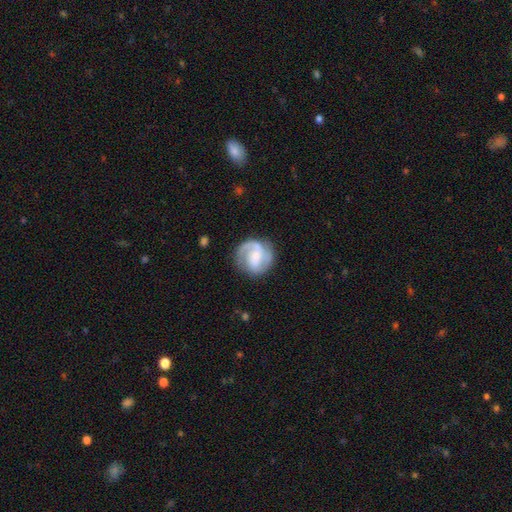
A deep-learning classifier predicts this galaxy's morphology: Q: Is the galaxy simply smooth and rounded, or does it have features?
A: featured or disk — 77%.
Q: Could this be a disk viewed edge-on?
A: no — 98%.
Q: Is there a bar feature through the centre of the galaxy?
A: weak — 42%.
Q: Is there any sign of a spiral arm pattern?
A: yes — 94%.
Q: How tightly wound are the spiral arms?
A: medium — 46%.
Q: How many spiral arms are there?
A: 2 — 68%.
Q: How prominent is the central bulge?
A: small — 48%.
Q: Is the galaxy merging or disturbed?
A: none — 74%.